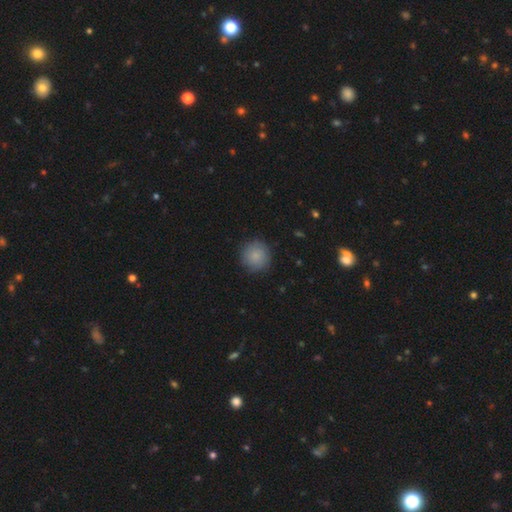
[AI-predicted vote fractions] Smooth or featured?
  - smooth: 87% *
  - star or artifact: 8%
  - featured or disk: 6%
How rounded?
  - round: 94% *
  - in between: 5%
  - cigar-shaped: 1%
Merging?
  - none: 88% *
  - minor disturbance: 9%
  - major disturbance: 2%
  - merger: 1%